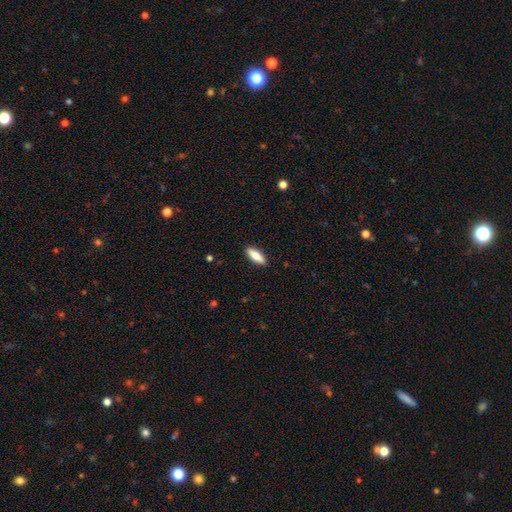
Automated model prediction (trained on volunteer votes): Smooth or featured? Predicted: smooth (p=0.76). How rounded? Predicted: in between (p=0.61). Merging? Predicted: none (p=0.90).